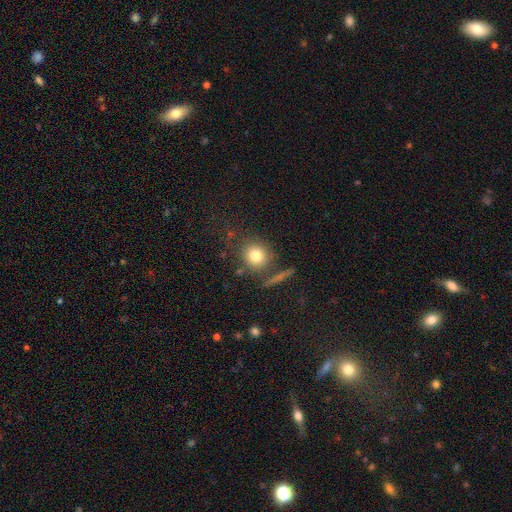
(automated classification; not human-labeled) smooth 79%, star or artifact 11%, featured or disk 10%. Down the decision tree: how rounded — round (87%); merging — none (75%).